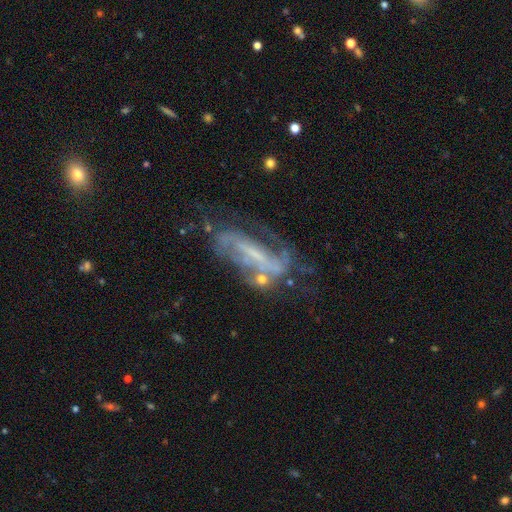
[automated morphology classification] featured or disk 76%, smooth 14%, star or artifact 10%. Down the decision tree: edge-on disk — no (85%); bar — strong (46%); spiral arms — yes (77%); bulge size — small (42%); merging — none (43%).